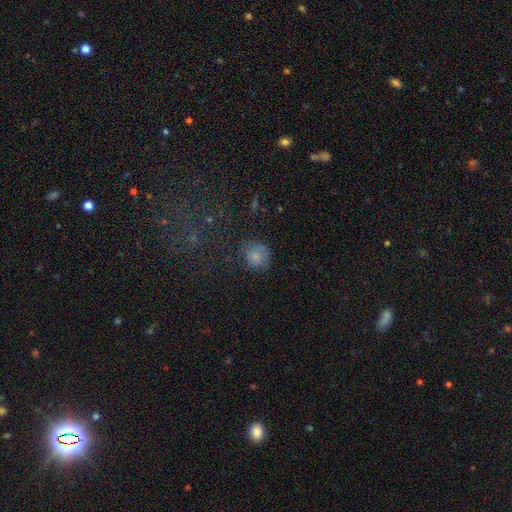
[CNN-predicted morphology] Smooth or featured? Predicted: smooth (p=0.75). How rounded? Predicted: round (p=0.85). Merging? Predicted: none (p=0.71).